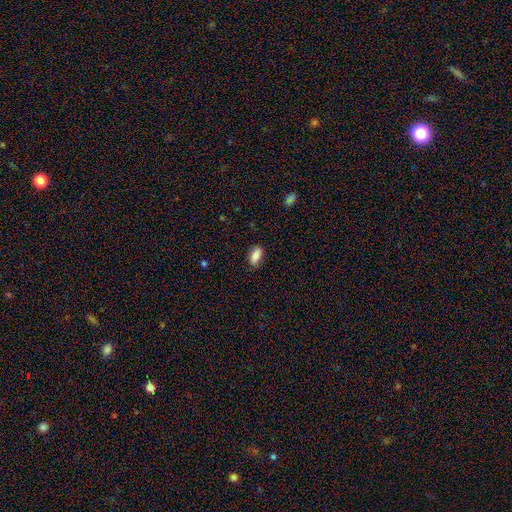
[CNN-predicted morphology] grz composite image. It shows a smooth galaxy with no disk features (86%) that is in between round and cigar-shaped (89%). Merging: none (81%).